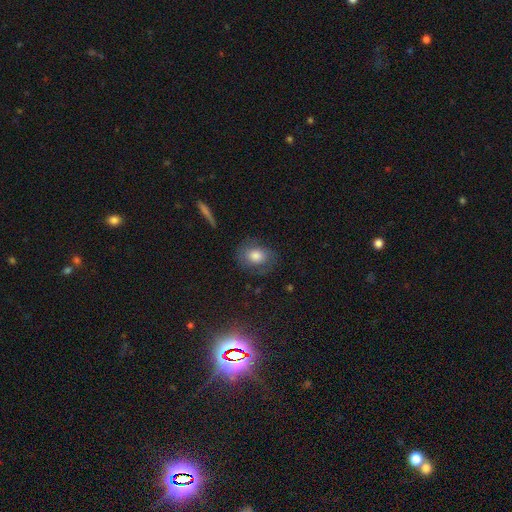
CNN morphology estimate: smooth-or-featured: smooth: 63% | featured or disk: 27% | star or artifact: 10%
  how-rounded: in between: 53% | round: 45% | cigar-shaped: 1%
  merging: none: 71% | minor disturbance: 19% | major disturbance: 9% | merger: 2%